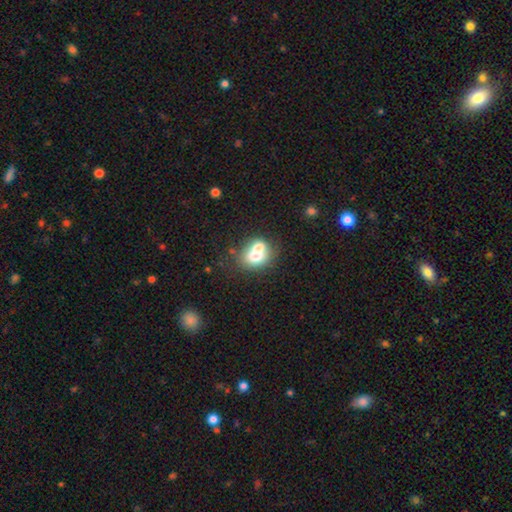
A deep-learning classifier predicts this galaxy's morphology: type=smooth (67%); roundness=round (55%); merging=merger (59%).